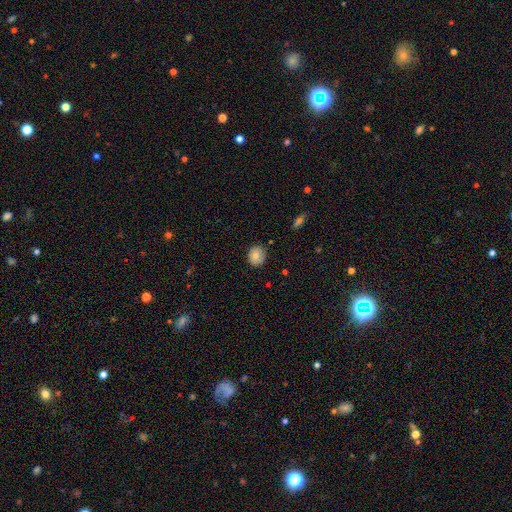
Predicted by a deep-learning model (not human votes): This is clearly a smooth galaxy (83%). How rounded: likely round (77%). Merging: clearly none (84%).